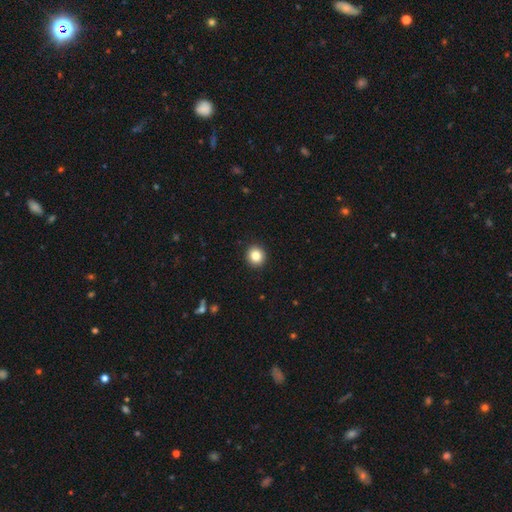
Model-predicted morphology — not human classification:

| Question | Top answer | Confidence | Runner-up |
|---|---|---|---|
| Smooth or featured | smooth | 85% | star or artifact (10%) |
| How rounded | round | 92% | in between (7%) |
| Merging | none | 93% | minor disturbance (4%) |